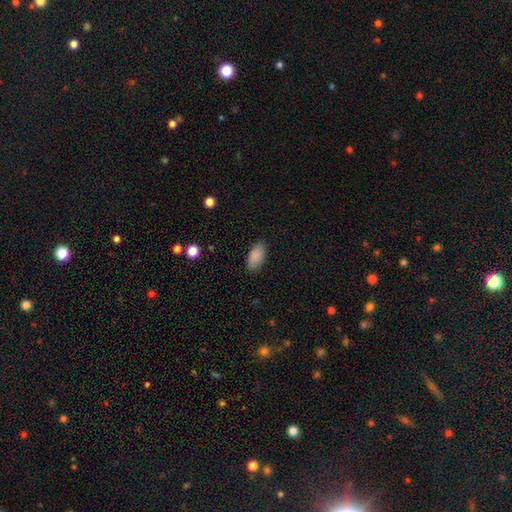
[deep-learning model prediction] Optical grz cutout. It shows a smooth galaxy with no disk features (87%) that is in between round and cigar-shaped (93%). Merging: none (86%).